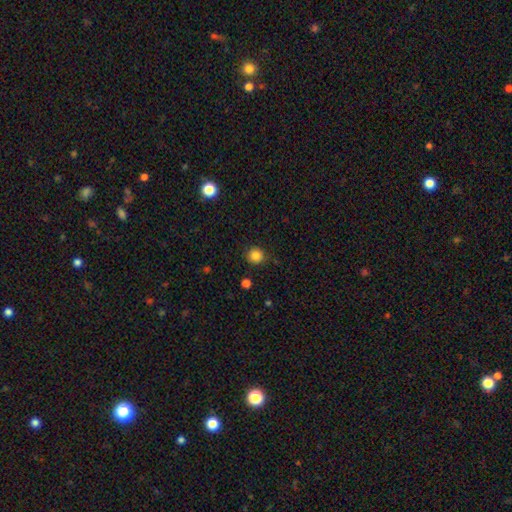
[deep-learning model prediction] smooth 85%, star or artifact 11%, featured or disk 4%. Down the decision tree: how rounded — round (92%); merging — none (89%).